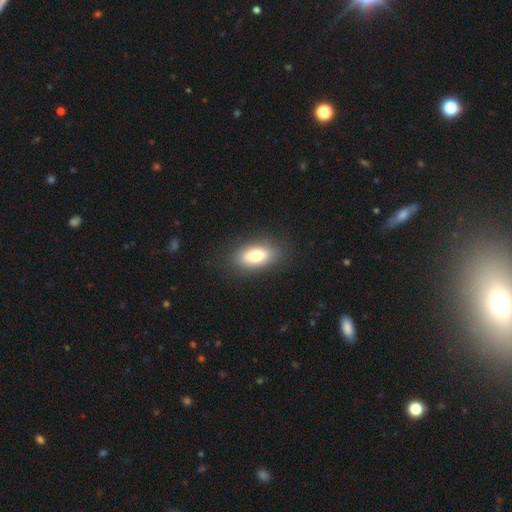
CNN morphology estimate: A smooth galaxy with no disk features (80%) that is in between round and cigar-shaped (83%). Merging: none (86%).